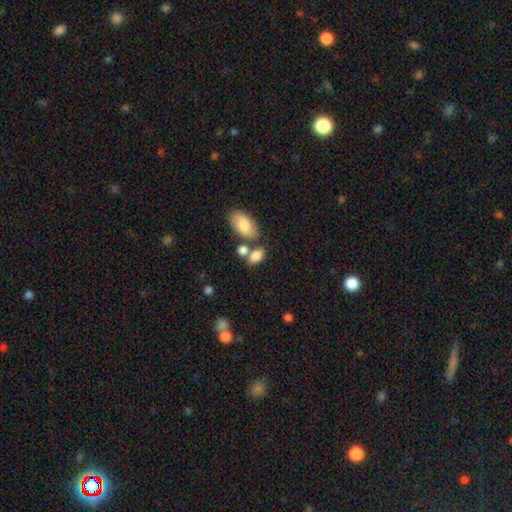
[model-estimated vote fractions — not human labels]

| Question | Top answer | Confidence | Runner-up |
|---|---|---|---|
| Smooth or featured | smooth | 82% | featured or disk (10%) |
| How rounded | in between | 87% | round (9%) |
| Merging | none | 47% | merger (33%) |